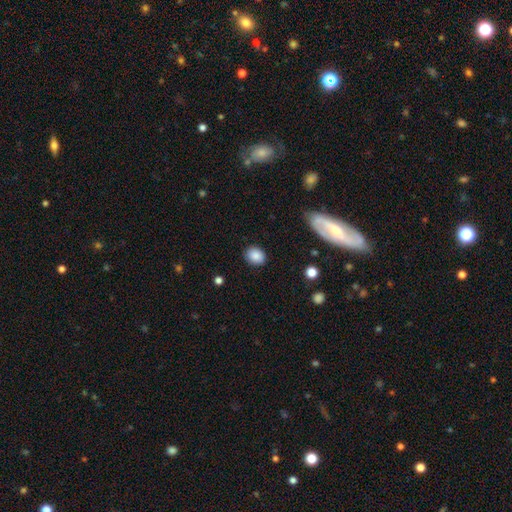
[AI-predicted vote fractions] Smooth or featured: smooth — 87% (star or artifact — 9%)
How rounded: in between — 51% (round — 48%)
Merging: none — 87% (minor disturbance — 9%)